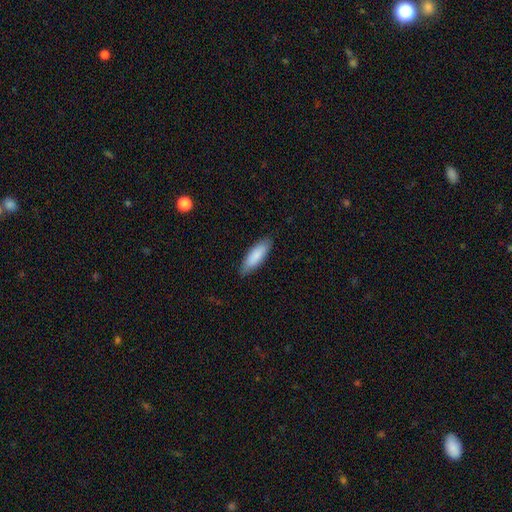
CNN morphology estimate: A smooth galaxy with no disk features (87%) that is in between round and cigar-shaped (59%).

Vote fractions:
- Smooth or featured? smooth: 87% / featured or disk: 8% / star or artifact: 5%
- How rounded? in between: 59% / cigar-shaped: 40% / round: 1%
- Merging? none: 85% / minor disturbance: 12% / major disturbance: 2% / merger: 1%